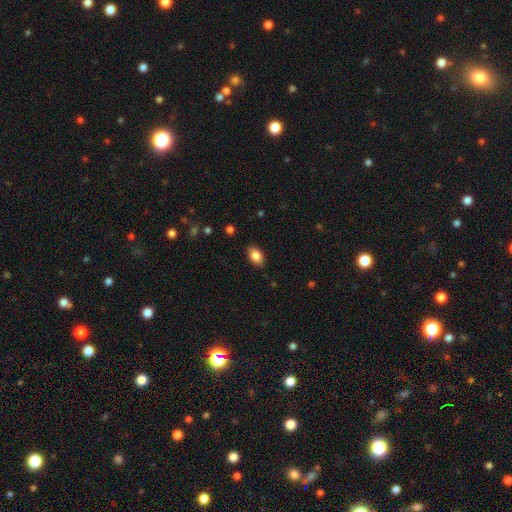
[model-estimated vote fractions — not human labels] Smooth or featured? smooth (86%)
How rounded? in between (90%)
Merging? none (87%)